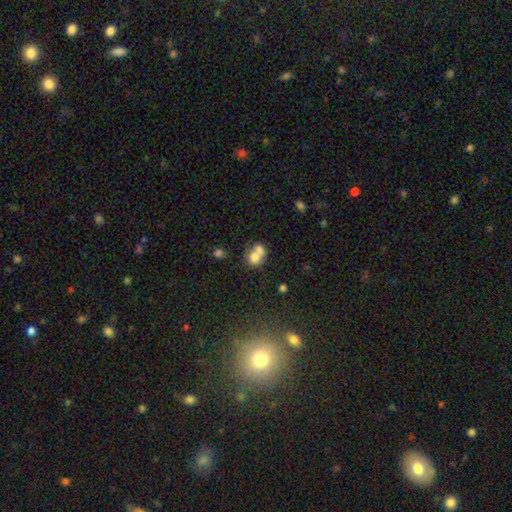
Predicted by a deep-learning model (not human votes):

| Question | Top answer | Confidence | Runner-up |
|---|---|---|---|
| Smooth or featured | smooth | 70% | featured or disk (21%) |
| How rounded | round | 63% | in between (36%) |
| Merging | merger | 66% | none (24%) |